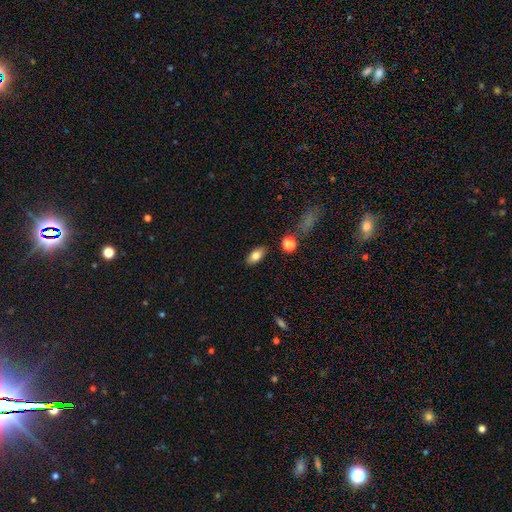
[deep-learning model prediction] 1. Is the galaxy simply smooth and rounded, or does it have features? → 78% smooth, 13% featured or disk, 8% star or artifact.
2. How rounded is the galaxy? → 87% in between, 8% cigar-shaped, 5% round.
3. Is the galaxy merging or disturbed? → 84% none, 10% minor disturbance, 3% merger, 3% major disturbance.